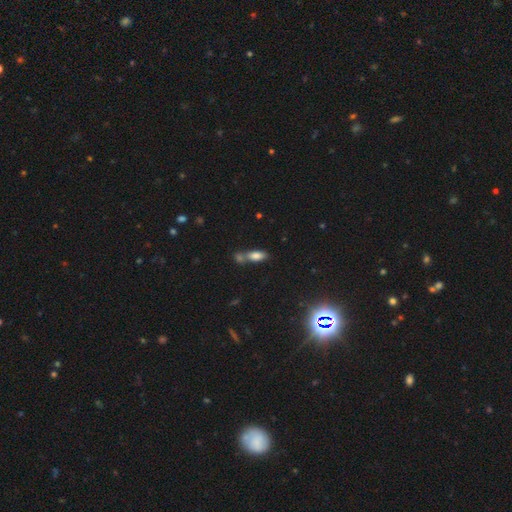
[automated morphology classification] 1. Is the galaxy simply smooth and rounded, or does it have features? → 77% smooth, 12% featured or disk, 11% star or artifact.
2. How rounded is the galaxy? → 75% in between, 21% cigar-shaped, 3% round.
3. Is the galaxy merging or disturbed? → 45% merger, 39% none, 11% minor disturbance, 4% major disturbance.